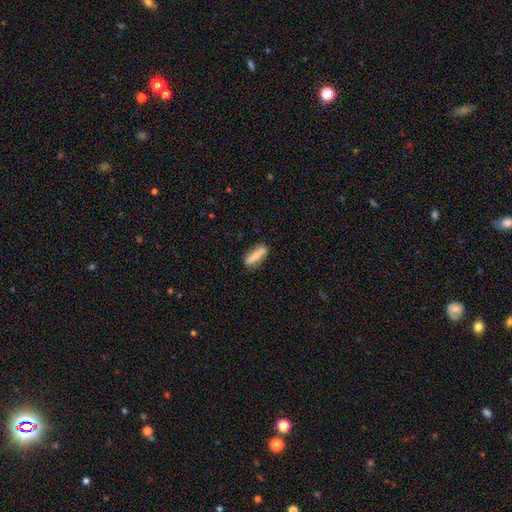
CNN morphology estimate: smooth_or_featured: smooth (p=0.71) [alt: featured or disk p=0.22]
how_rounded: cigar-shaped (p=0.64) [alt: in between p=0.33]
merging: none (p=0.81) [alt: minor disturbance p=0.13]